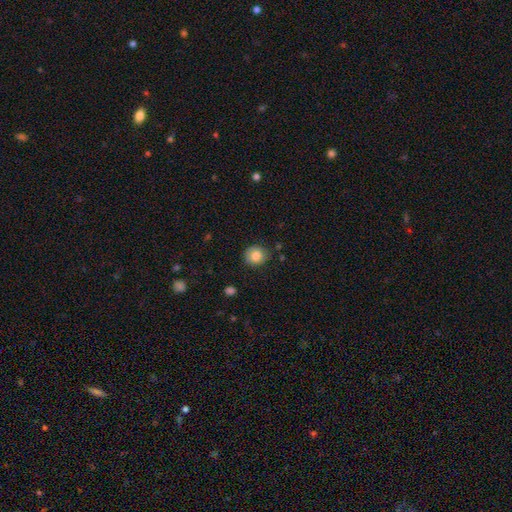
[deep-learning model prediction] The model was most divided on "how rounded": round: 83%, in between: 16%, cigar-shaped: 1%. More confident: merging — none (85%); smooth or featured — smooth (82%).